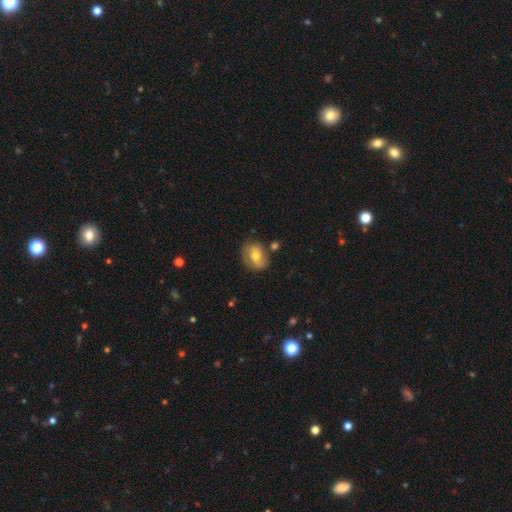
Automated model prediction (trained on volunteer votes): Smooth or featured? Predicted: smooth (p=0.54). How rounded? Predicted: in between (p=0.65). Merging? Predicted: none (p=0.68).